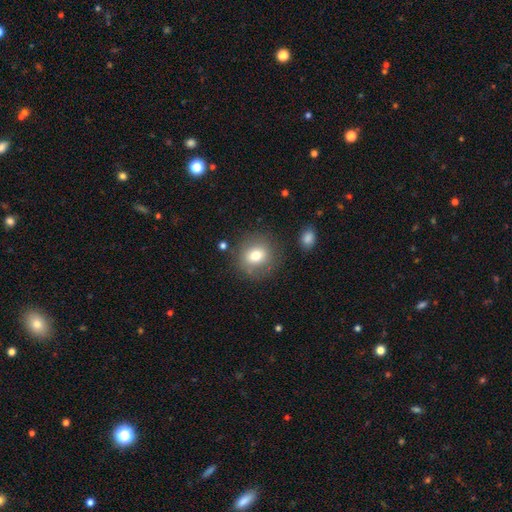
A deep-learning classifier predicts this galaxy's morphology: type=smooth (75%); roundness=round (81%); merging=none (81%).